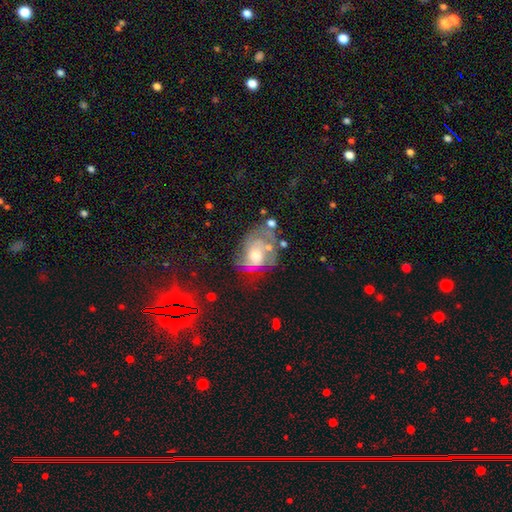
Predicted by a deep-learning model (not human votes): featured or disk 64%, smooth 22%, star or artifact 14%. Down the decision tree: edge-on disk — no (97%); bar — no (79%); spiral arms — yes (69%); bulge size — moderate (62%); merging — none (41%).